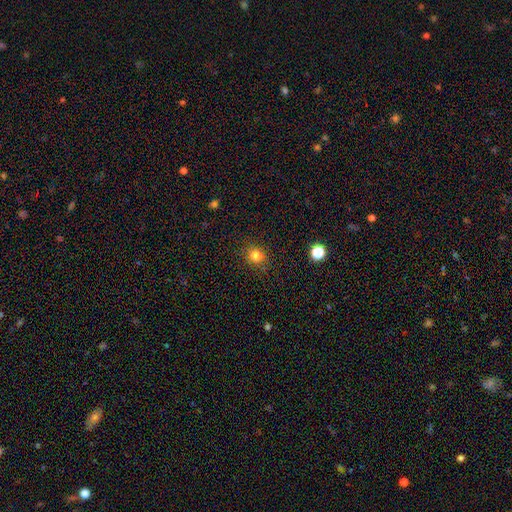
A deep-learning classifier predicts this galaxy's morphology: Smooth or featured?
  - smooth: 78% *
  - star or artifact: 14%
  - featured or disk: 7%
How rounded?
  - round: 69% *
  - in between: 30%
  - cigar-shaped: 1%
Merging?
  - none: 76% *
  - minor disturbance: 14%
  - merger: 6%
  - major disturbance: 4%